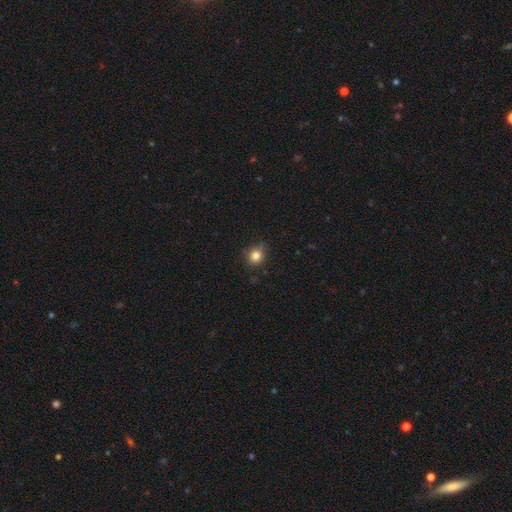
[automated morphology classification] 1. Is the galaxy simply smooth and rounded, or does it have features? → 82% smooth, 12% star or artifact, 6% featured or disk.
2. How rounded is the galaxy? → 77% round, 22% in between, 1% cigar-shaped.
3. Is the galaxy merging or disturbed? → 73% none, 21% minor disturbance, 4% major disturbance, 2% merger.